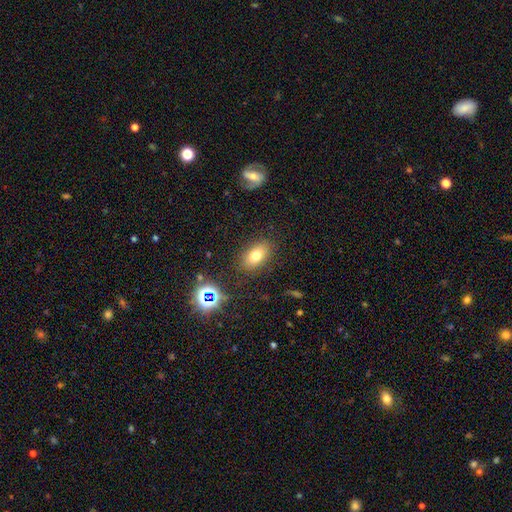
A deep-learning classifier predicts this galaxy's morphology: A smooth galaxy with no disk features (71%) that is in between round and cigar-shaped (84%). Merging: none (85%).